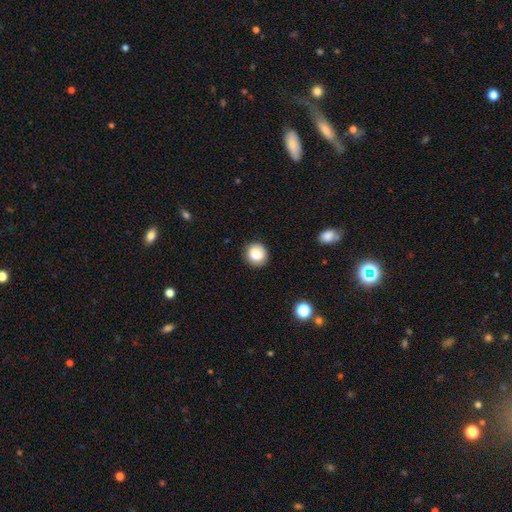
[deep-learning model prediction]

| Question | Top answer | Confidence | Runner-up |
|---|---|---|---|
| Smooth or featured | smooth | 83% | star or artifact (9%) |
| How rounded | round | 88% | in between (12%) |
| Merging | none | 89% | minor disturbance (8%) |